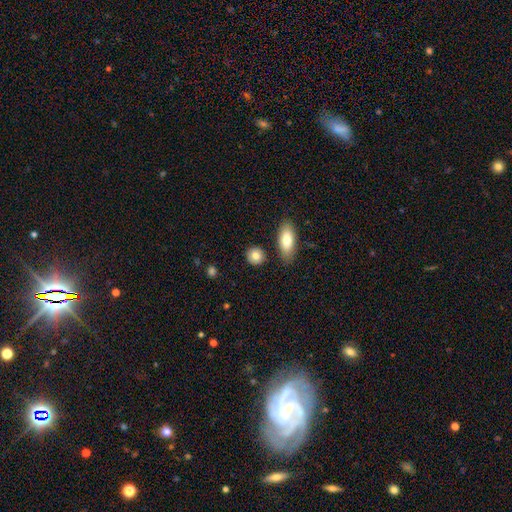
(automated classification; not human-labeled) The model was most divided on "how rounded": round: 71%, in between: 26%, cigar-shaped: 3%. More confident: merging — none (83%); smooth or featured — smooth (82%).